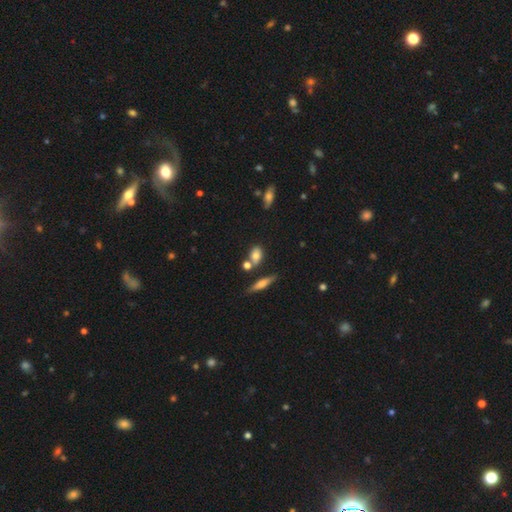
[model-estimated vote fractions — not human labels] Overall: smooth (74%). How rounded: in between (65%; round 28%). Merging: none (59%; merger 20%).